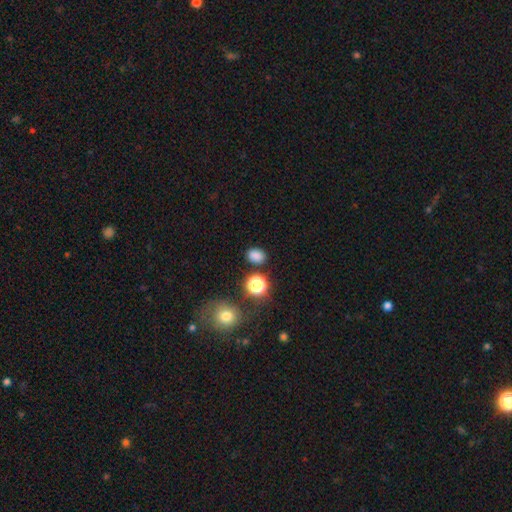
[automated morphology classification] Smooth or featured? smooth (81%)
How rounded? in between (63%)
Merging? none (83%)